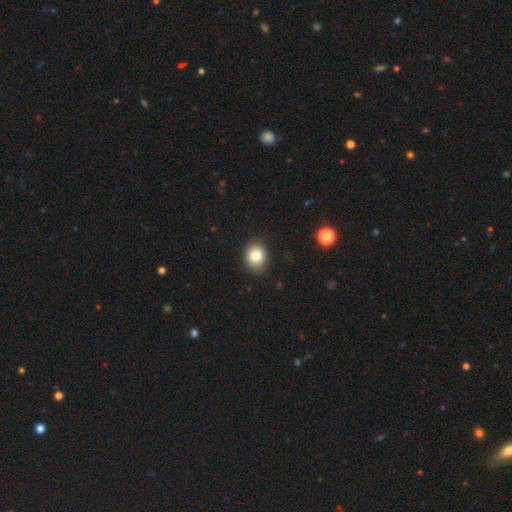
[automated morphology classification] Smooth or featured: smooth — 83% (star or artifact — 10%)
How rounded: in between — 52% (round — 47%)
Merging: none — 80% (minor disturbance — 16%)